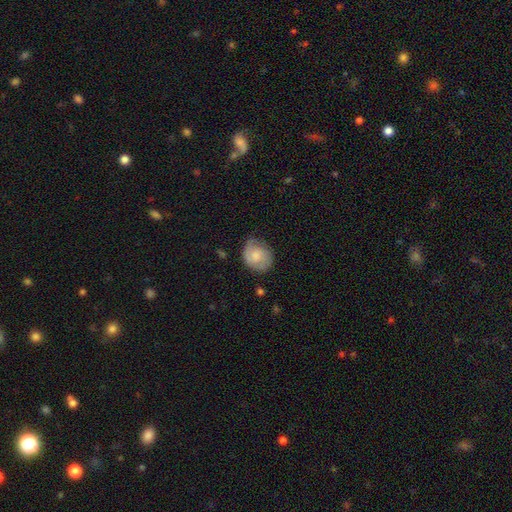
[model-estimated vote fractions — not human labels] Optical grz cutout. It shows a smooth galaxy with no disk features (59%) that is round (60%). Merging: none (63%).